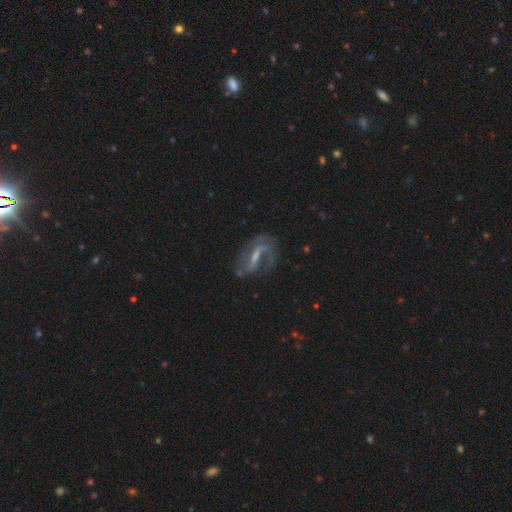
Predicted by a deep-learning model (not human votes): Smooth or featured: featured or disk — 76% (smooth — 15%)
Edge-on disk: no — 91% (yes — 9%)
Bar: strong — 44% (weak — 40%)
Spiral arms: yes — 85% (no — 15%)
Spiral winding: medium — 42% (loose — 39%)
Spiral arm count: 2 — 59% (1 — 22%)
Bulge size: small — 36% (moderate — 32%)
Merging: none — 56% (major disturbance — 21%)